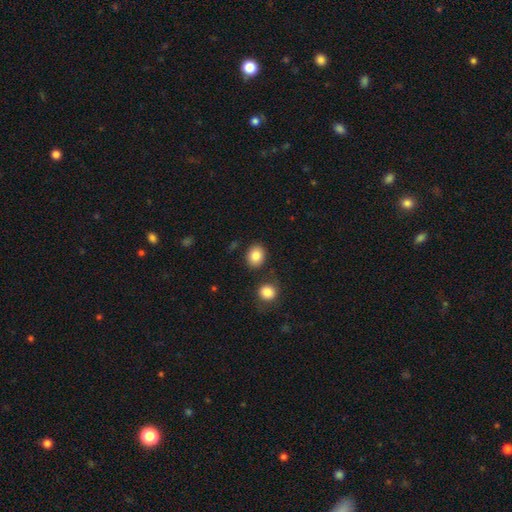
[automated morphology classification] Q: Smooth or featured?
A: smooth (85%); runner-up: star or artifact (9%)
Q: How rounded?
A: round (52%); runner-up: in between (47%)
Q: Merging?
A: none (83%); runner-up: minor disturbance (9%)